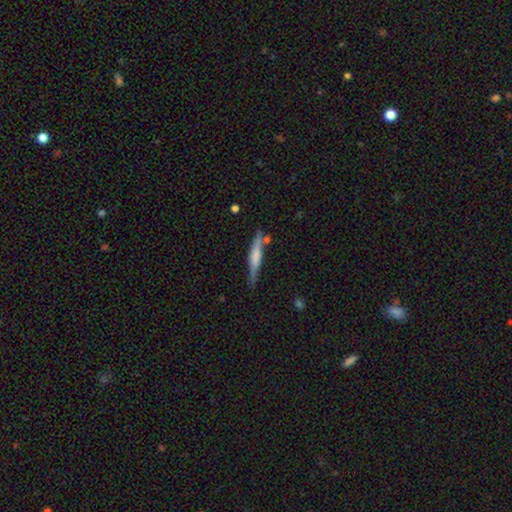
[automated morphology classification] smooth_or_featured: smooth (p=0.49) [alt: featured or disk p=0.45]
merging: none (p=0.75) [alt: minor disturbance p=0.15]